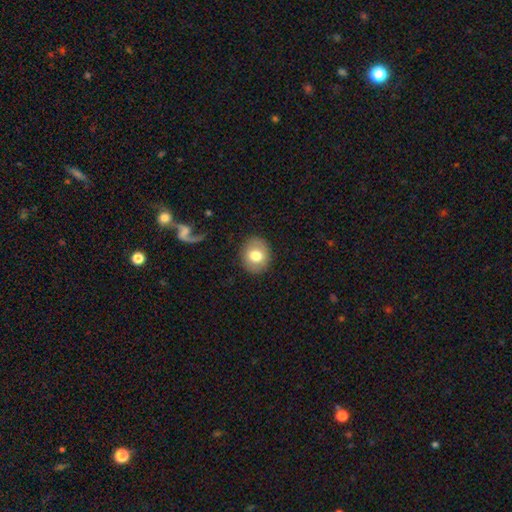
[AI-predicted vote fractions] This appears to be a smooth galaxy with no disk features (71%) that is round (74%). Merging: none (87%).